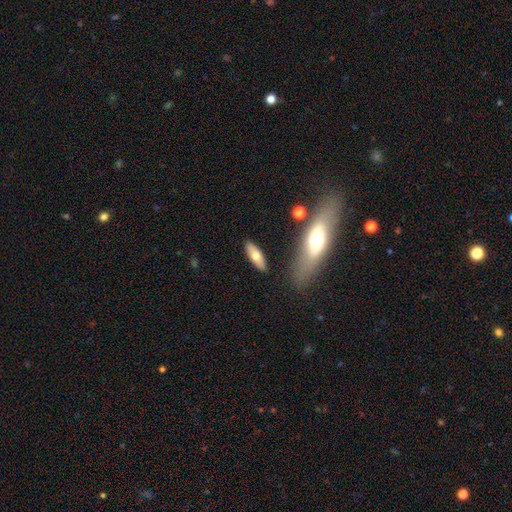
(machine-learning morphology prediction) Smooth or featured? smooth (64%)
How rounded? in between (60%)
Merging? none (84%)